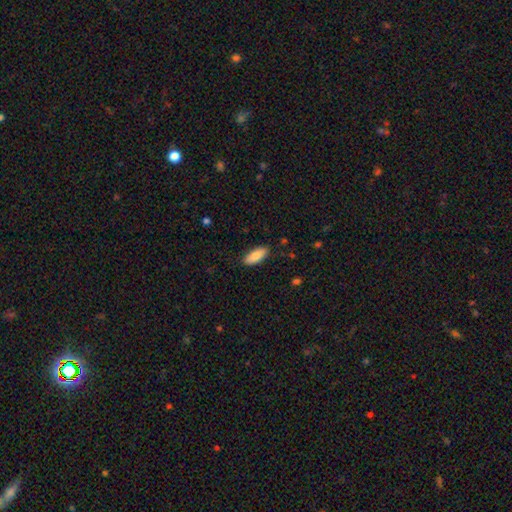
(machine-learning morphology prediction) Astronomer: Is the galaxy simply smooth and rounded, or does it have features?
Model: smooth — 82%.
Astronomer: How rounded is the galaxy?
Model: in between — 83%.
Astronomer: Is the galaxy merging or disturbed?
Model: none — 87%.